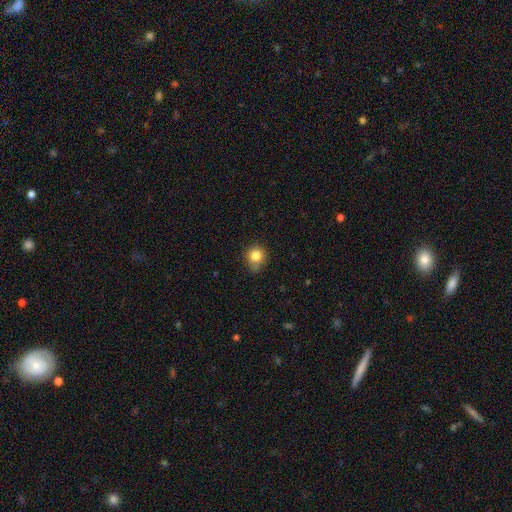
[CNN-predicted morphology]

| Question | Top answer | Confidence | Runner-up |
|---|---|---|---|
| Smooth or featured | smooth | 83% | star or artifact (11%) |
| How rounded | round | 86% | in between (13%) |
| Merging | none | 69% | minor disturbance (24%) |